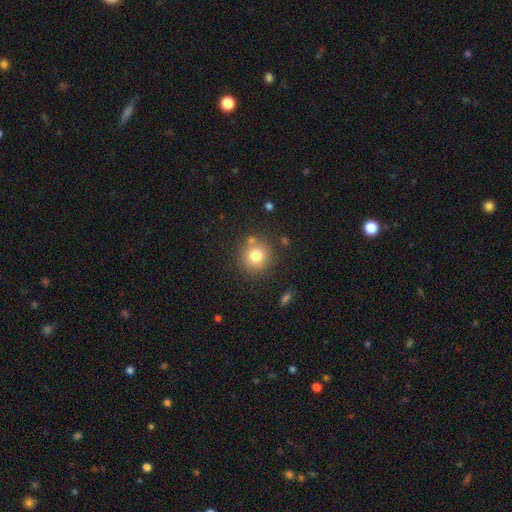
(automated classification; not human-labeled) A smooth galaxy with no disk features (78%) that is round (92%).

Vote fractions:
- Smooth or featured? smooth: 78% / star or artifact: 12% / featured or disk: 10%
- How rounded? round: 92% / in between: 7% / cigar-shaped: 1%
- Merging? none: 78% / minor disturbance: 10% / merger: 8% / major disturbance: 4%